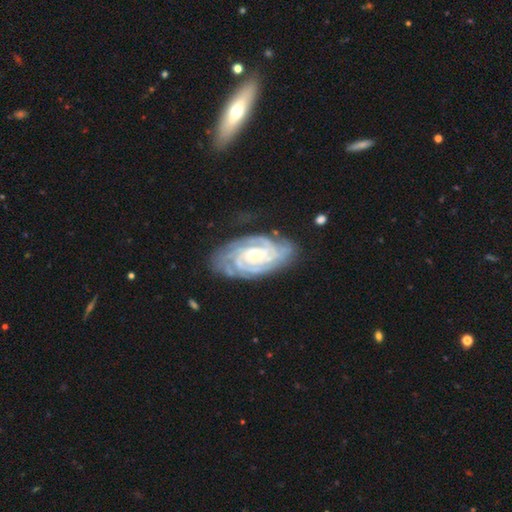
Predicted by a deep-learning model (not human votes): smooth-or-featured: featured or disk: 91% | smooth: 5% | star or artifact: 4%
  disk-edge-on: no: 96% | yes: 4%
    bar: no: 63% | weak: 27% | strong: 10%
    has-spiral-arms: yes: 98% | no: 2%
      spiral-winding: tight: 79% | medium: 19% | loose: 2%
      spiral-arm-count: 3: 30% | 4: 20% | 2: 19% | can't tell: 18% | more than 4: 7% | 1: 6%
    bulge-size: small: 53% | moderate: 40% | large: 4% | none: 2% | dominant: 1%
  merging: none: 75% | minor disturbance: 18% | major disturbance: 6% | merger: 2%